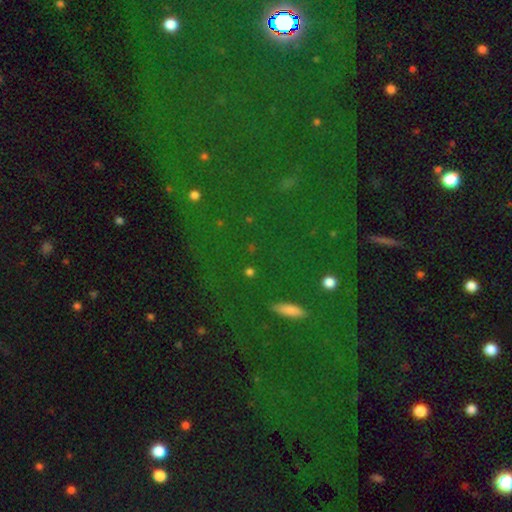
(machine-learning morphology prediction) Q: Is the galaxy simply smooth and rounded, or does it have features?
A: star or artifact — 69%.